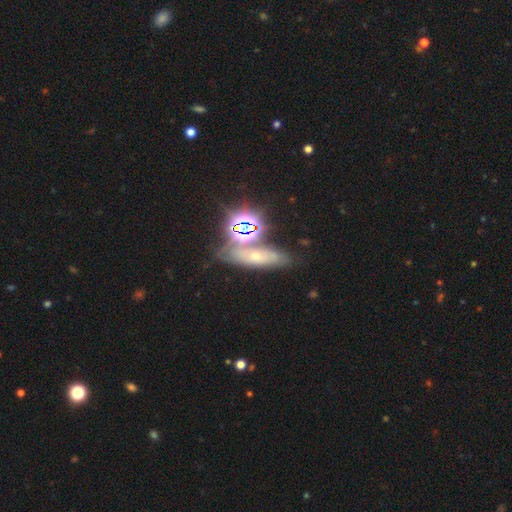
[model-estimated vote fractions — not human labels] A star or artifact, not a galaxy (44%).